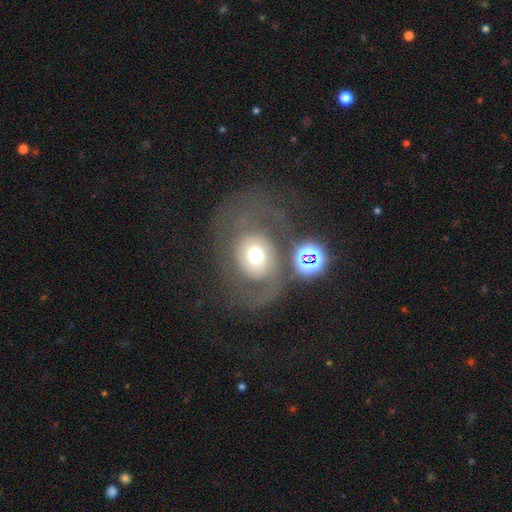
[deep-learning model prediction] Q: Smooth or featured?
A: featured or disk (50%); runner-up: smooth (37%)
Q: Edge-on disk?
A: no (95%); runner-up: yes (5%)
Q: Merging?
A: none (47%); runner-up: major disturbance (28%)